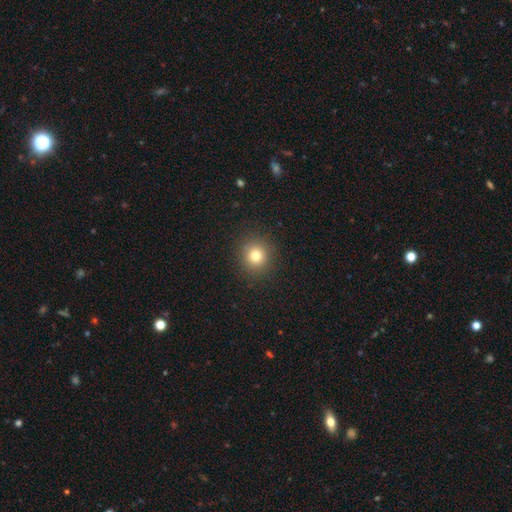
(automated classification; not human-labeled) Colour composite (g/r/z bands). It shows a smooth galaxy with no disk features (78%) that is round (91%). Merging: none (90%).